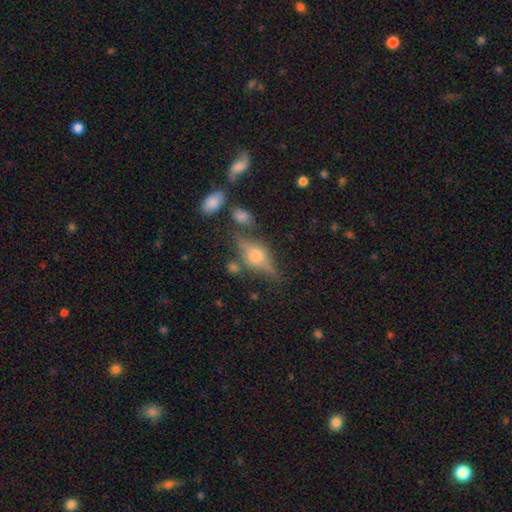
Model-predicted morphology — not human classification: Smooth or featured? Predicted: featured or disk (p=0.66). Edge-on disk? Predicted: yes (p=0.92). Edge-on bulge? Predicted: rounded (p=0.91). Merging? Predicted: none (p=0.71).